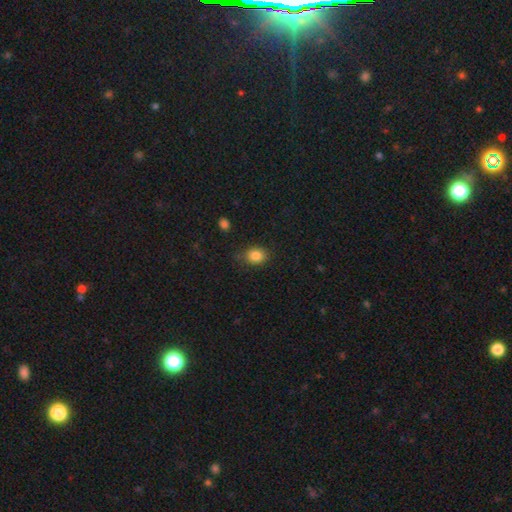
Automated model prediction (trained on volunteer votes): Smooth or featured: smooth — 84% (star or artifact — 10%)
How rounded: round — 52% (in between — 47%)
Merging: none — 78% (minor disturbance — 16%)